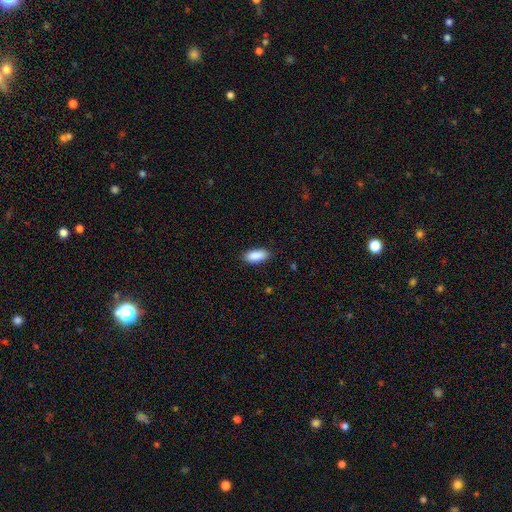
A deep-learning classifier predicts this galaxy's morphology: smooth_or_featured: smooth (p=0.90) [alt: star or artifact p=0.06]
how_rounded: in between (p=0.85) [alt: cigar-shaped p=0.13]
merging: none (p=0.85) [alt: minor disturbance p=0.11]